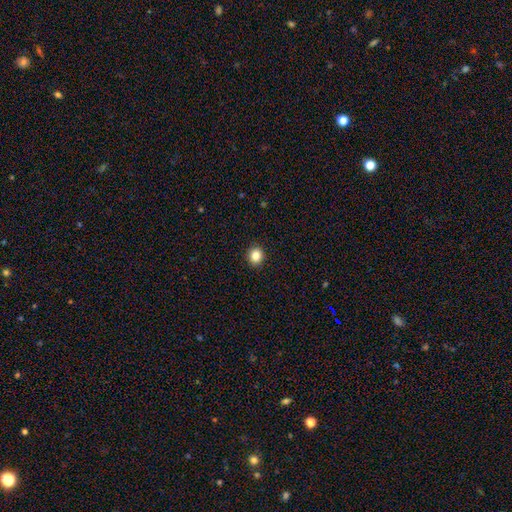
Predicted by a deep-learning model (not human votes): Morphology: type=smooth (84%); roundness=round (75%); merging=none (92%).